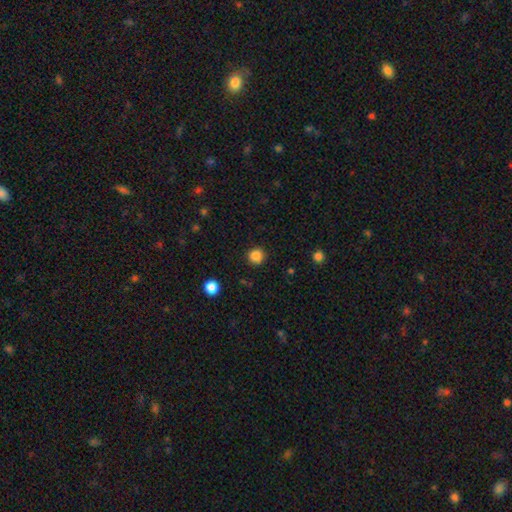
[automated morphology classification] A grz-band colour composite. It shows a smooth galaxy with no disk features (85%) that is round (93%). Merging: none (90%).